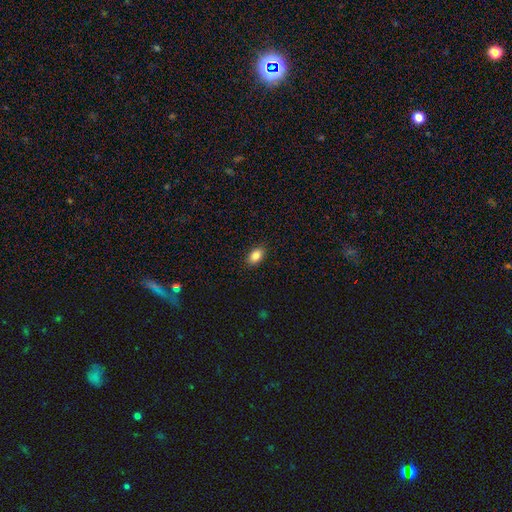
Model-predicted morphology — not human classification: Smooth or featured? smooth (86%)
How rounded? in between (87%)
Merging? none (89%)